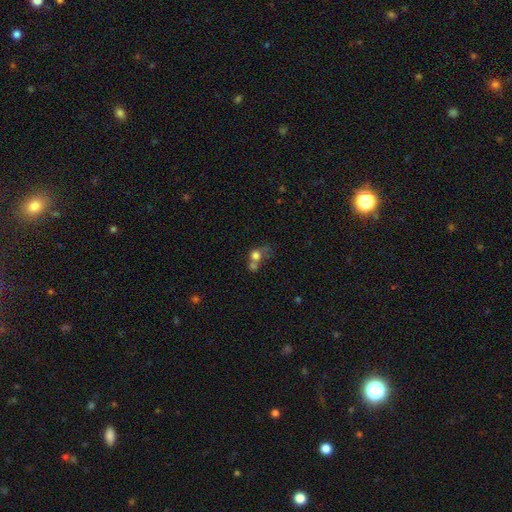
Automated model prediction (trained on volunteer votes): Smooth or featured: smooth — 70% (featured or disk — 17%)
How rounded: round — 69% (in between — 30%)
Merging: merger — 57% (none — 22%)